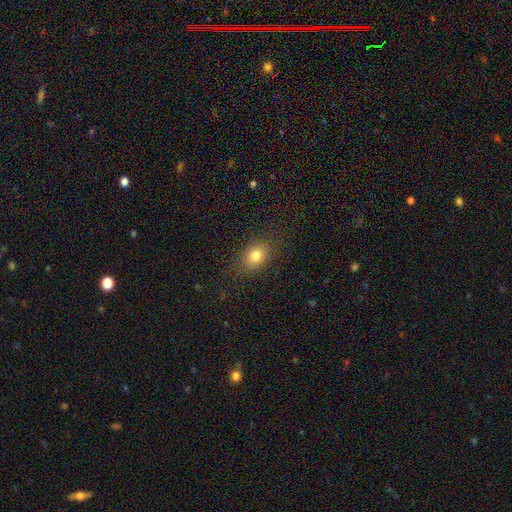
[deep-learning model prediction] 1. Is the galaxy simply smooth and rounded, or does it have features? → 80% smooth, 11% star or artifact, 9% featured or disk.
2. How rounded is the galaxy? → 69% in between, 29% round, 2% cigar-shaped.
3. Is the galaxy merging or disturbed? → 83% none, 12% minor disturbance, 4% major disturbance, 1% merger.